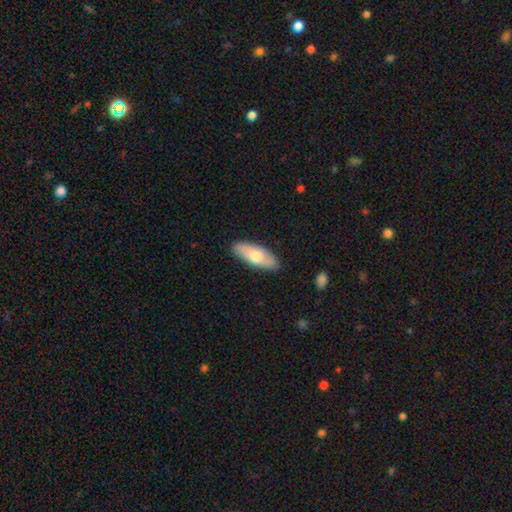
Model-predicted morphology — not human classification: The model was most divided on "smooth or featured": smooth: 63%, featured or disk: 31%, star or artifact: 5%. More confident: merging — none (85%); how rounded — in between (78%).